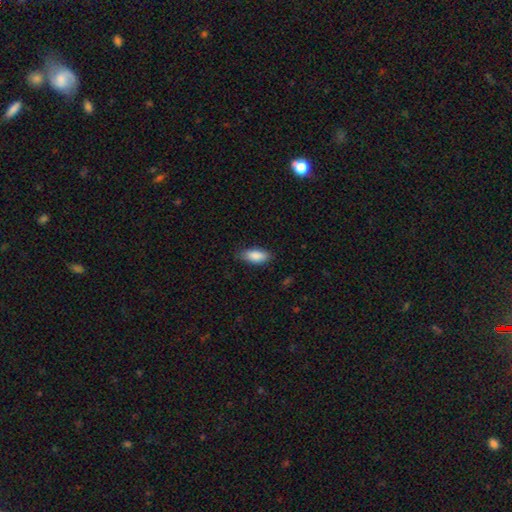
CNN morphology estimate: smooth_or_featured: smooth (p=0.88) [alt: star or artifact p=0.06]
how_rounded: in between (p=0.86) [alt: cigar-shaped p=0.12]
merging: none (p=0.82) [alt: minor disturbance p=0.14]